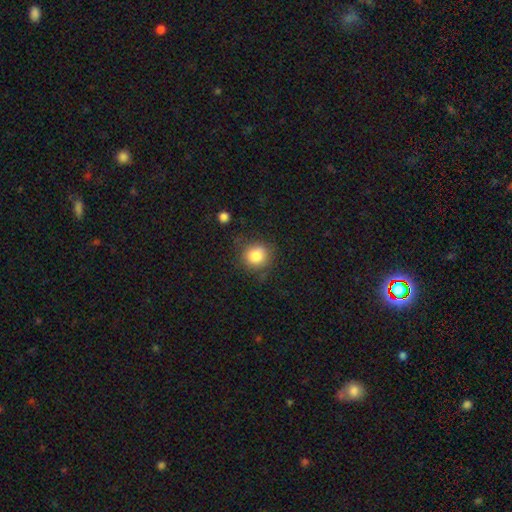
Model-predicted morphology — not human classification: Smooth or featured? smooth (83%)
How rounded? round (86%)
Merging? none (77%)